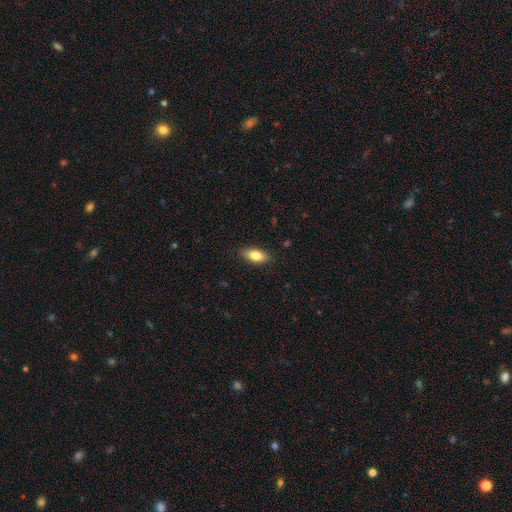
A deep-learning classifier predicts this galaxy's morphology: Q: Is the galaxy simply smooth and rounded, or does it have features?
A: smooth — 81%.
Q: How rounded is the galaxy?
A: in between — 85%.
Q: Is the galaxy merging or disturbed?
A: none — 87%.